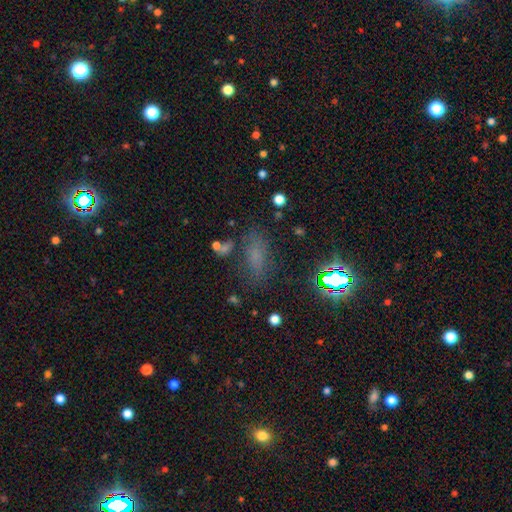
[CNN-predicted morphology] Overall: smooth (52%; star or artifact 34%). How rounded: in between (71%). Merging: none (66%).